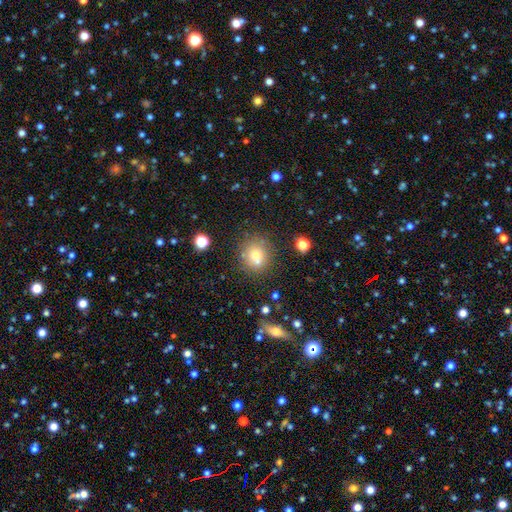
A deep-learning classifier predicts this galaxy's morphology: Smooth or featured? Predicted: smooth (p=0.67). How rounded? Predicted: round (p=0.82). Merging? Predicted: none (p=0.69).